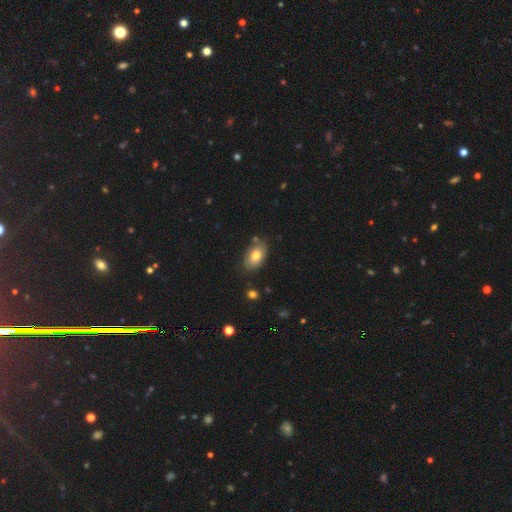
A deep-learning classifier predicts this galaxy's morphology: This appears to be a smooth galaxy with no disk features (79%) that is in between round and cigar-shaped (91%). Merging: none (77%).